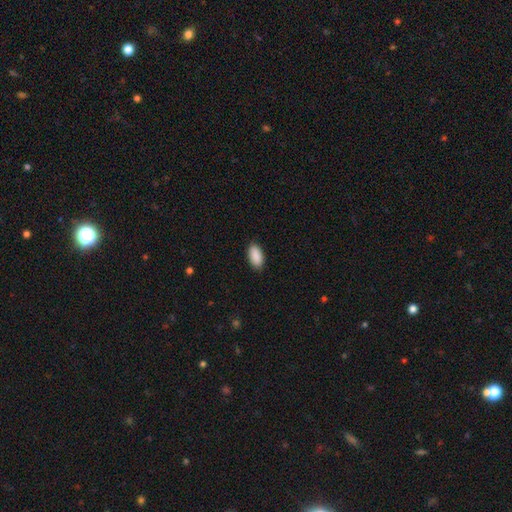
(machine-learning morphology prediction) type=smooth (91%); roundness=in between (93%); merging=none (89%).